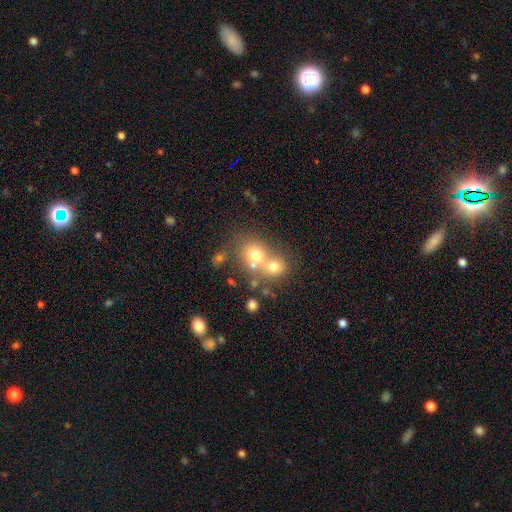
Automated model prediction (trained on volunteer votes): Q: Smooth or featured?
A: smooth (67%); runner-up: featured or disk (19%)
Q: How rounded?
A: round (73%); runner-up: in between (26%)
Q: Merging?
A: merger (54%); runner-up: none (35%)